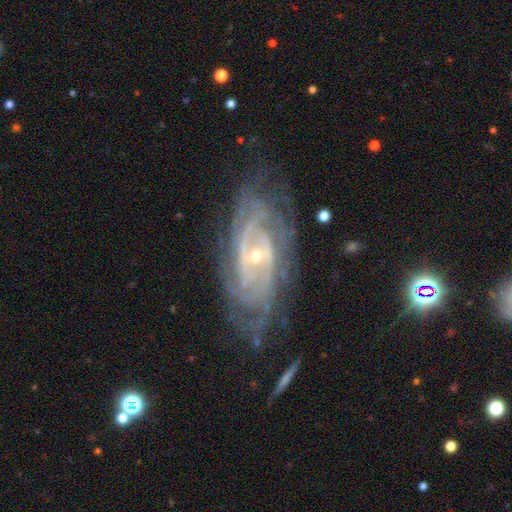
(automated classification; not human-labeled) A featured or disk galaxy (90%) with no bar (47%), tight (71%) spiral arms (98%) and a small central bulge (73%). Merging: none (73%).